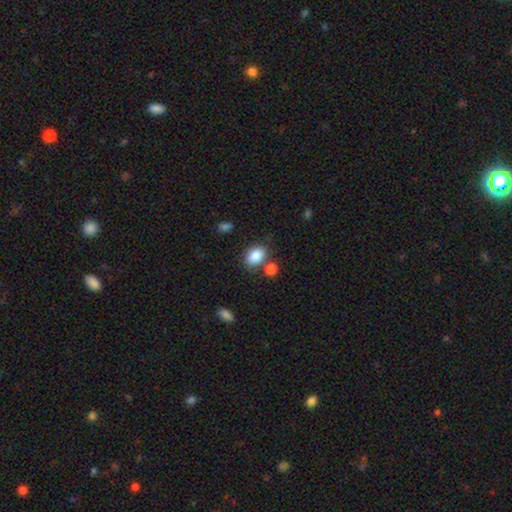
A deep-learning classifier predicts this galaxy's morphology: Smooth or featured? Predicted: smooth (p=0.86). How rounded? Predicted: in between (p=0.71). Merging? Predicted: none (p=0.66).